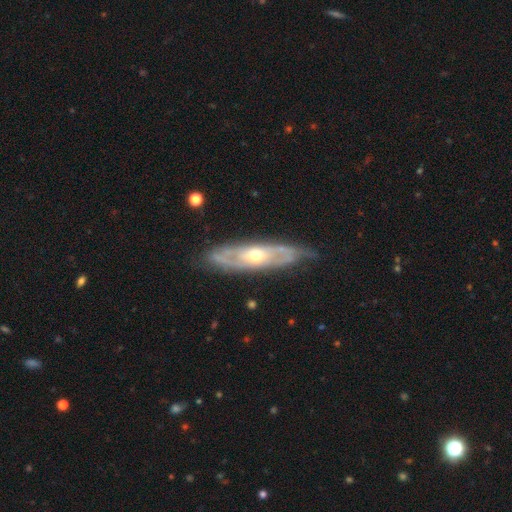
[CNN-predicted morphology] Smooth or featured: featured or disk — 79% (smooth — 16%)
Edge-on disk: no — 72% (yes — 28%)
Bar: no — 76% (weak — 19%)
Spiral arms: yes — 74% (no — 26%)
Bulge size: moderate — 62% (small — 33%)
Merging: none — 75% (minor disturbance — 18%)